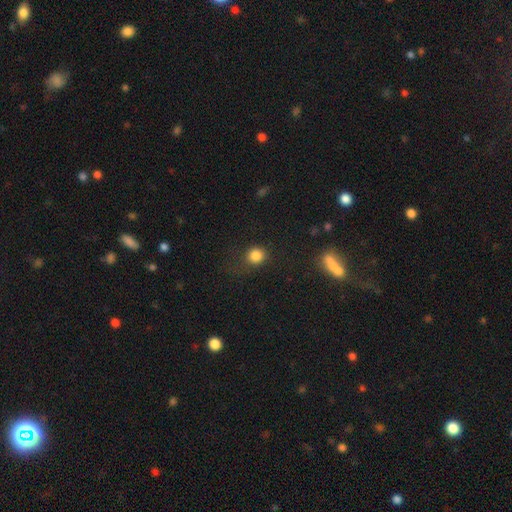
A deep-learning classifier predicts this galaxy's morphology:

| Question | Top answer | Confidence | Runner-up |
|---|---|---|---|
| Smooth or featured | smooth | 83% | star or artifact (12%) |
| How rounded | round | 85% | in between (14%) |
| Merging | none | 73% | minor disturbance (16%) |